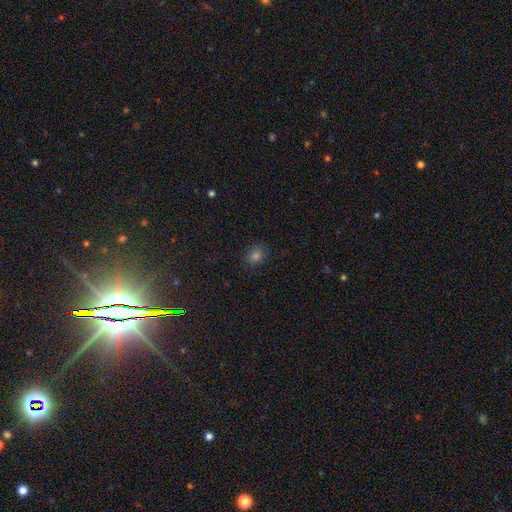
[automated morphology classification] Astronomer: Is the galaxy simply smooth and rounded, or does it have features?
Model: smooth — 72%.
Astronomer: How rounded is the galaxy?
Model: round — 59% (runner-up: in between, 40%).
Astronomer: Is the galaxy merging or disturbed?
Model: none — 86%.